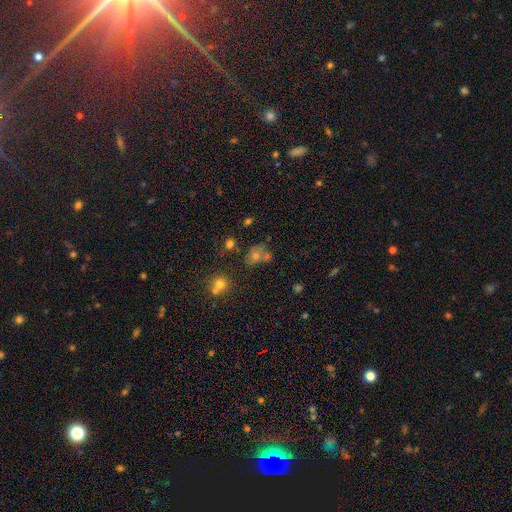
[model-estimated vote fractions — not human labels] Smooth or featured: smooth — 54% (star or artifact — 24%)
How rounded: round — 60% (in between — 38%)
Merging: none — 45% (merger — 30%)